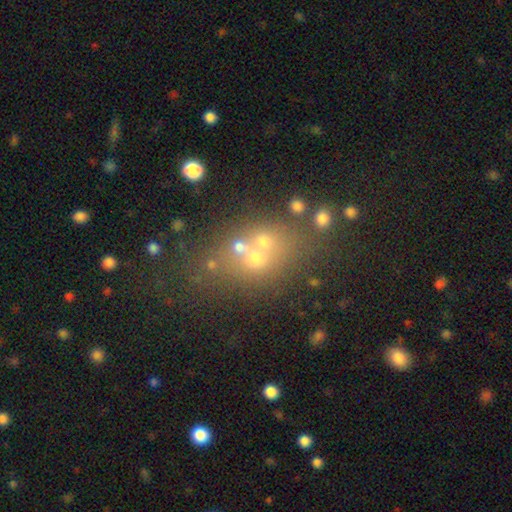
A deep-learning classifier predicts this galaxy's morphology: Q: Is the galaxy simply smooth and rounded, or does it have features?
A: smooth — 46%.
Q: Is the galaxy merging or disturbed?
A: none — 42%.